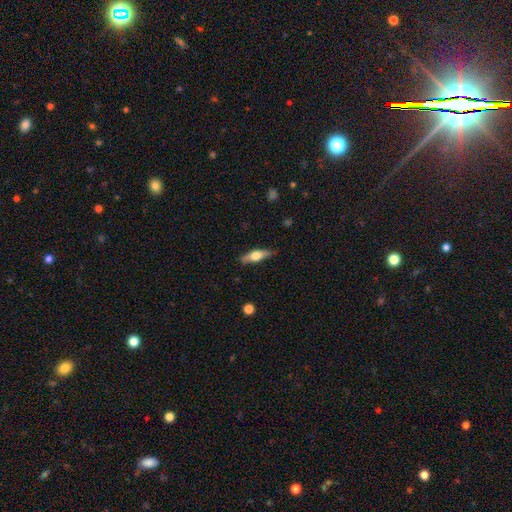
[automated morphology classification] This is possibly a smooth galaxy (48%). Merging: clearly none (85%).